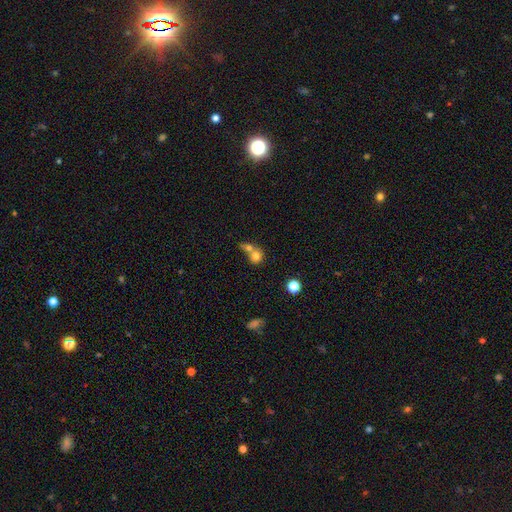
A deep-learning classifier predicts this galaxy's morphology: Smooth or featured?
  - smooth: 73% *
  - featured or disk: 15%
  - star or artifact: 12%
How rounded?
  - round: 78% *
  - in between: 20%
  - cigar-shaped: 1%
Merging?
  - merger: 59% *
  - none: 30%
  - minor disturbance: 7%
  - major disturbance: 4%